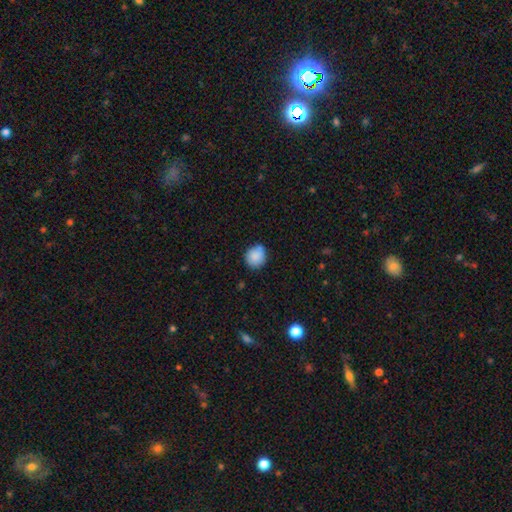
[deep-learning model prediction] A smooth galaxy with no disk features (87%) that is round (85%).

Vote fractions:
- Smooth or featured? smooth: 87% / star or artifact: 8% / featured or disk: 5%
- How rounded? round: 85% / in between: 14% / cigar-shaped: 1%
- Merging? none: 75% / minor disturbance: 17% / merger: 5% / major disturbance: 3%